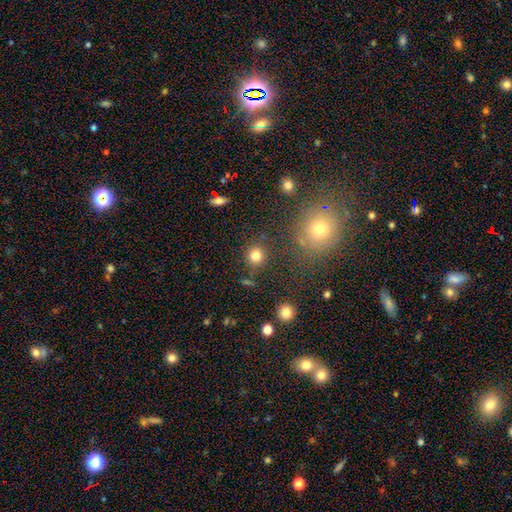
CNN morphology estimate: A smooth galaxy with no disk features (81%) that is round (89%).

Vote fractions:
- Smooth or featured? smooth: 81% / star or artifact: 13% / featured or disk: 6%
- How rounded? round: 89% / in between: 10% / cigar-shaped: 1%
- Merging? none: 86% / minor disturbance: 8% / merger: 4% / major disturbance: 3%